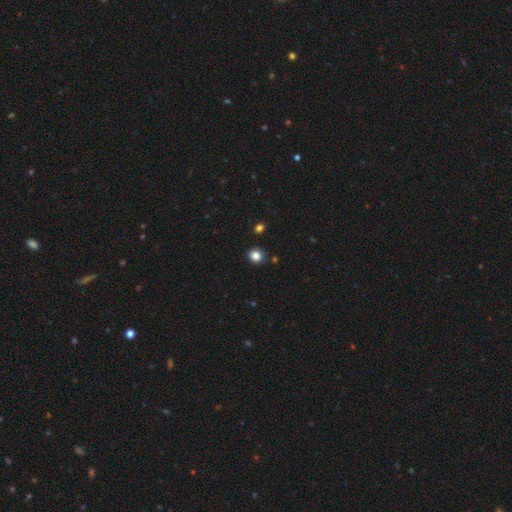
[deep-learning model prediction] Smooth or featured? smooth (84%)
How rounded? round (86%)
Merging? none (90%)